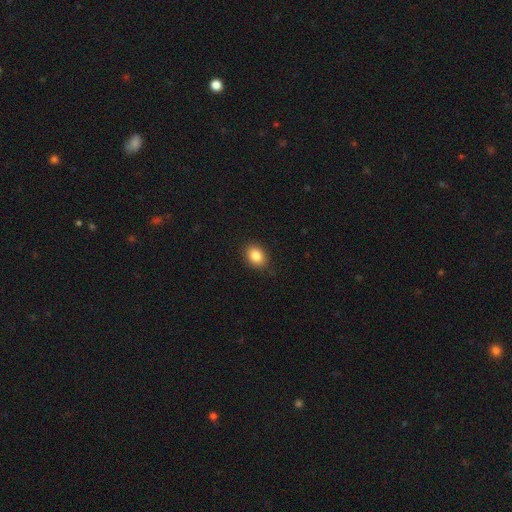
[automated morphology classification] Smooth or featured: smooth — 85% (star or artifact — 9%)
How rounded: in between — 69% (round — 30%)
Merging: none — 87% (minor disturbance — 10%)